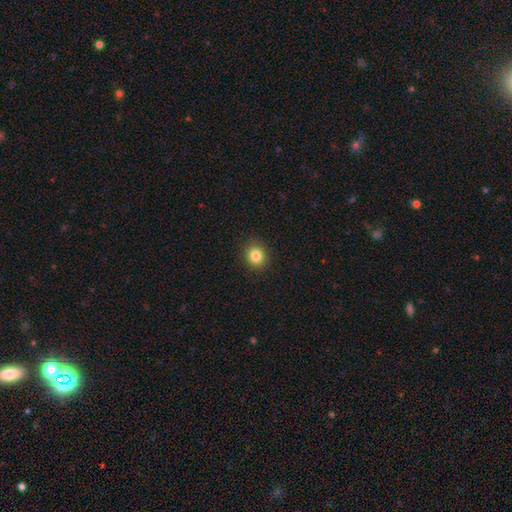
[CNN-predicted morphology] smooth_or_featured: smooth (p=0.83) [alt: star or artifact p=0.11]
how_rounded: round (p=0.78) [alt: in between p=0.21]
merging: none (p=0.90) [alt: minor disturbance p=0.07]